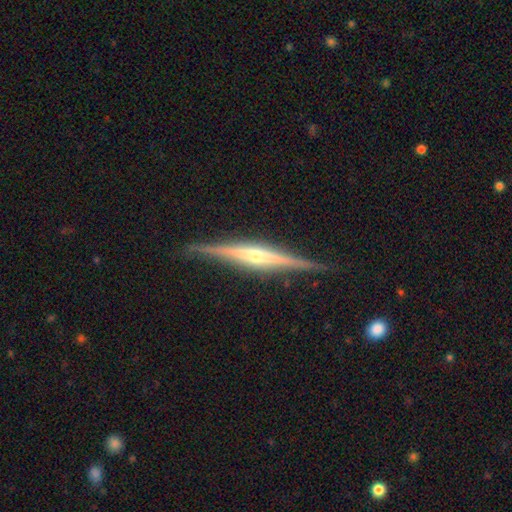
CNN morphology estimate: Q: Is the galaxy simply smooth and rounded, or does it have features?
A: featured or disk — 84%.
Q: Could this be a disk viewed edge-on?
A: yes — 98%.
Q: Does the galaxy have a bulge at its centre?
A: rounded — 76%.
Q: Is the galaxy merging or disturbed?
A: none — 88%.